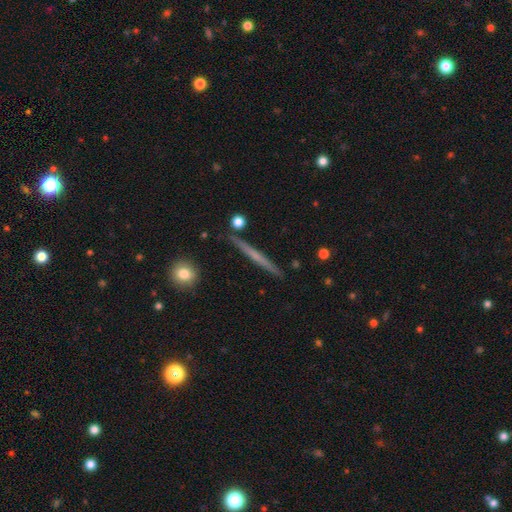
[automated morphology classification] The model was most divided on "smooth or featured": featured or disk: 56%, smooth: 38%, star or artifact: 6%. More confident: edge-on disk — yes (97%); merging — none (90%); edge-on bulge — none (80%).